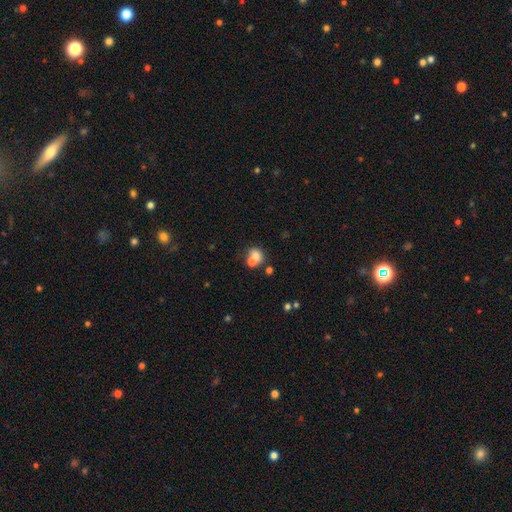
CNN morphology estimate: This appears to be a smooth galaxy with no disk features (68%) that is round (67%). Merging: merger (56%).